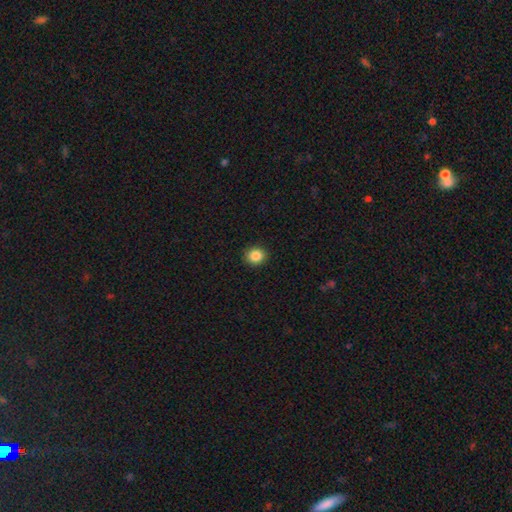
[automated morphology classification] Smooth or featured?
  - smooth: 86% *
  - star or artifact: 10%
  - featured or disk: 4%
How rounded?
  - round: 85% *
  - in between: 14%
  - cigar-shaped: 1%
Merging?
  - none: 91% *
  - minor disturbance: 6%
  - major disturbance: 2%
  - merger: 1%